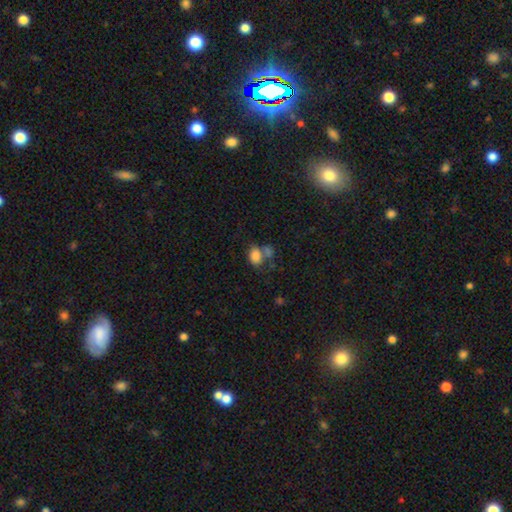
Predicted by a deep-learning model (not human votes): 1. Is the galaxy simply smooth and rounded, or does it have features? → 81% smooth, 10% star or artifact, 9% featured or disk.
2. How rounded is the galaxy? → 77% in between, 22% round, 1% cigar-shaped.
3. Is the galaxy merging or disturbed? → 41% merger, 38% none, 14% minor disturbance, 8% major disturbance.